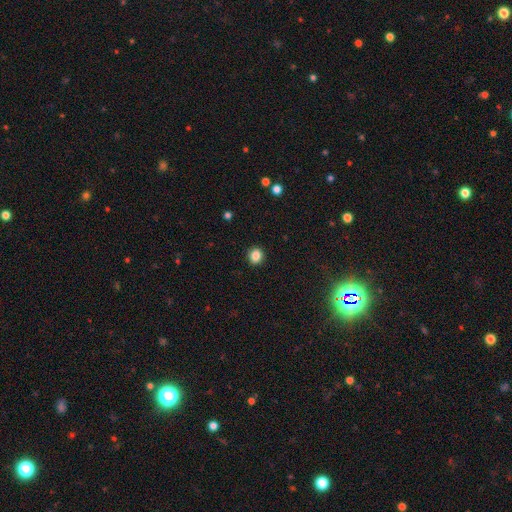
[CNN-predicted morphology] Smooth or featured: smooth — 85% (star or artifact — 11%)
How rounded: round — 84% (in between — 15%)
Merging: none — 92% (minor disturbance — 6%)